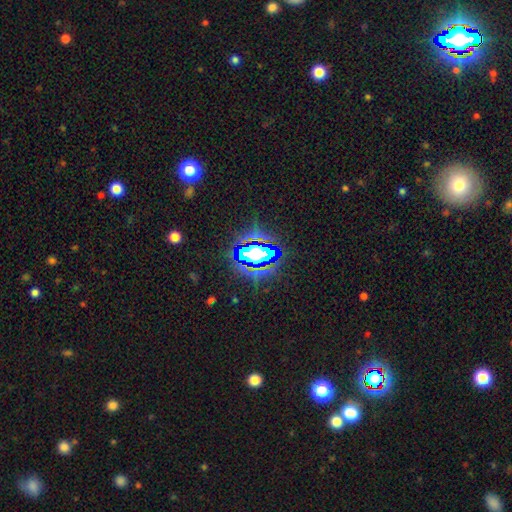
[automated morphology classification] Smooth or featured? Predicted: star or artifact (p=0.62).